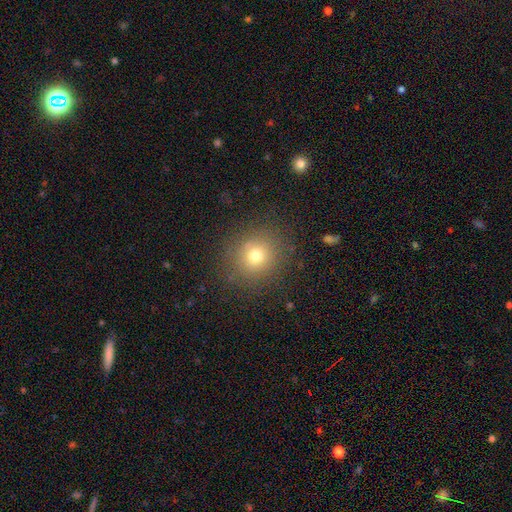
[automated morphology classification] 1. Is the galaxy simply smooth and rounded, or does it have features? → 72% smooth, 16% star or artifact, 12% featured or disk.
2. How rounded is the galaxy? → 86% round, 13% in between, 1% cigar-shaped.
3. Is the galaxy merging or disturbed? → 85% none, 10% minor disturbance, 5% major disturbance, 1% merger.